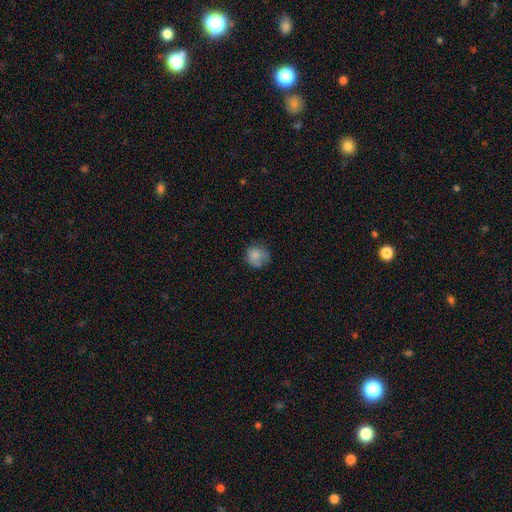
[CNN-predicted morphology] smooth-or-featured: smooth: 79% | featured or disk: 12% | star or artifact: 9%
  how-rounded: round: 84% | in between: 15% | cigar-shaped: 1%
  merging: none: 63% | minor disturbance: 24% | major disturbance: 8% | merger: 5%